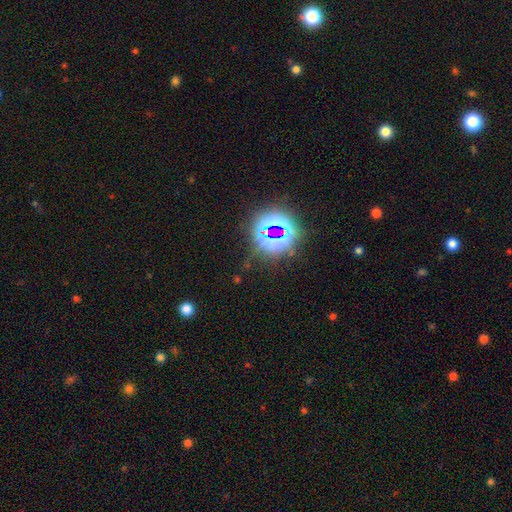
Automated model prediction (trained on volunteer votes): smooth_or_featured: star or artifact (p=0.78) [alt: smooth p=0.13]